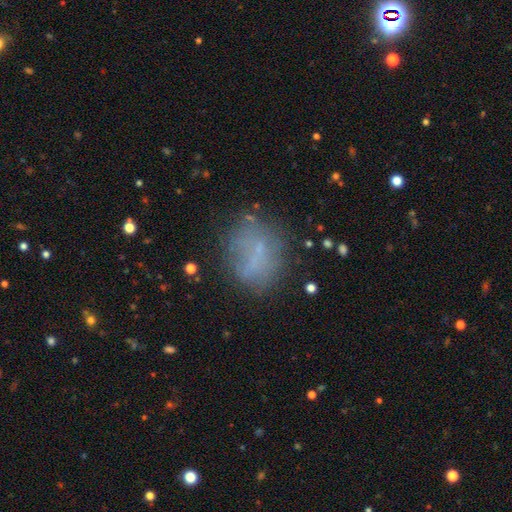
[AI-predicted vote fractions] Smooth or featured? smooth (56%)
How rounded? in between (52%)
Merging? none (65%)